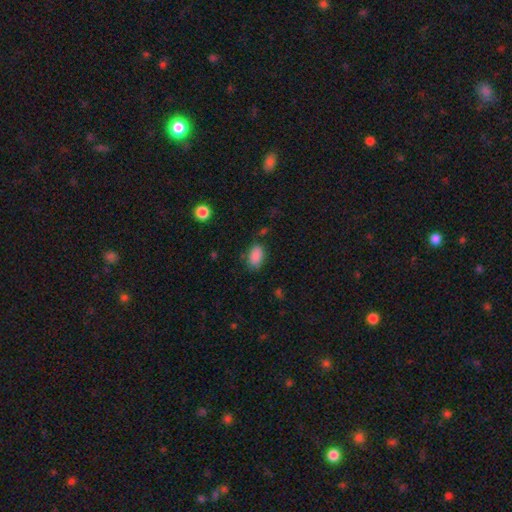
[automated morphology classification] Smooth or featured? Predicted: smooth (p=0.87). How rounded? Predicted: in between (p=0.90). Merging? Predicted: none (p=0.75).